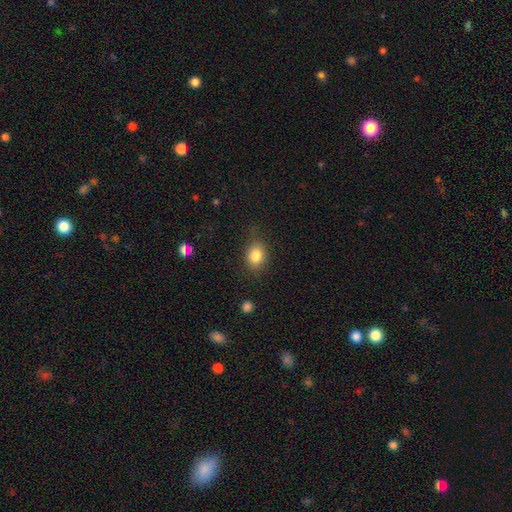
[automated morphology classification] The model was most divided on "how rounded": in between: 59%, round: 40%, cigar-shaped: 1%. More confident: smooth or featured — smooth (83%); merging — none (78%).